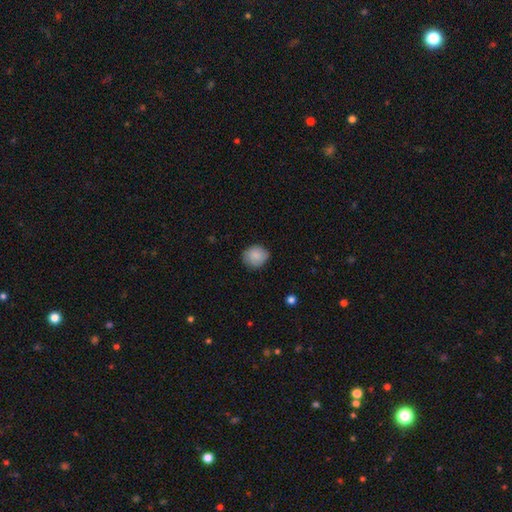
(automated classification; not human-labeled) A smooth galaxy with no disk features (86%) that is round (77%).

Vote fractions:
- Smooth or featured? smooth: 86% / star or artifact: 7% / featured or disk: 7%
- How rounded? round: 77% / in between: 22% / cigar-shaped: 1%
- Merging? none: 82% / minor disturbance: 15% / major disturbance: 3% / merger: 1%